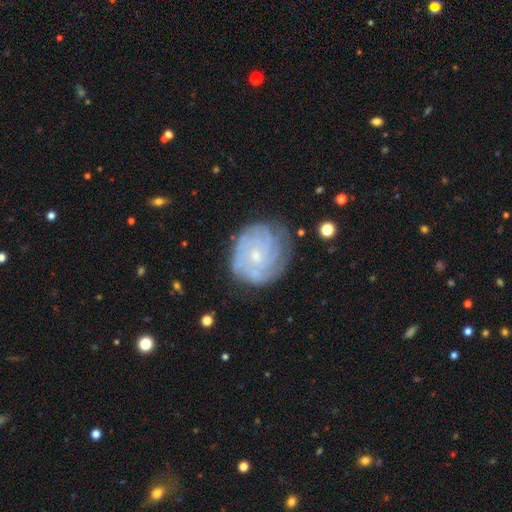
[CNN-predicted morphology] type=featured or disk (78%); edge-on=no (97%); bar=no (74%); spiral arms=yes (95%); winding=tight (75%); arm count=can't tell (36%); bulge=small (72%); merging=none (75%).